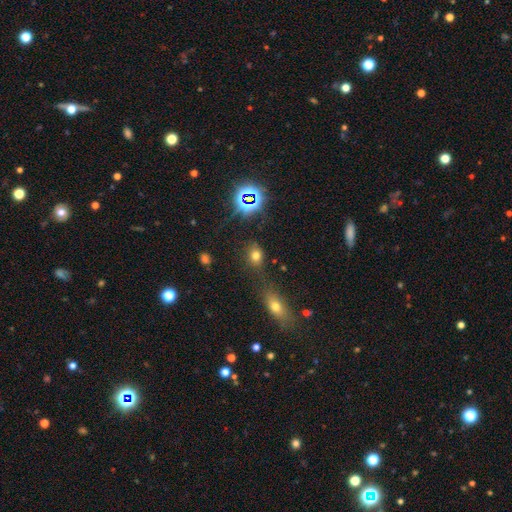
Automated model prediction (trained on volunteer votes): Morphology: type=smooth (67%); roundness=in between (51%); merging=none (75%).